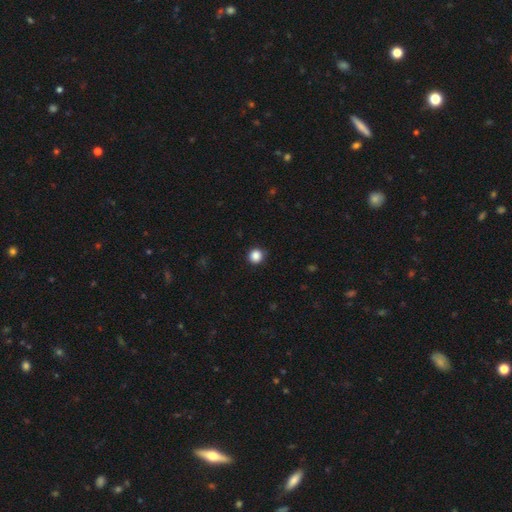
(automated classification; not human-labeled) smooth_or_featured: smooth (p=0.86) [alt: star or artifact p=0.11]
how_rounded: round (p=0.92) [alt: in between p=0.07]
merging: none (p=0.91) [alt: minor disturbance p=0.06]